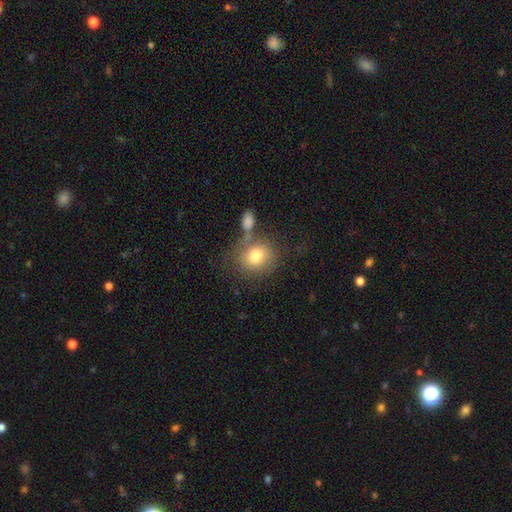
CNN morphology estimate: Smooth or featured? Predicted: smooth (p=0.77). How rounded? Predicted: round (p=0.74). Merging? Predicted: none (p=0.59).